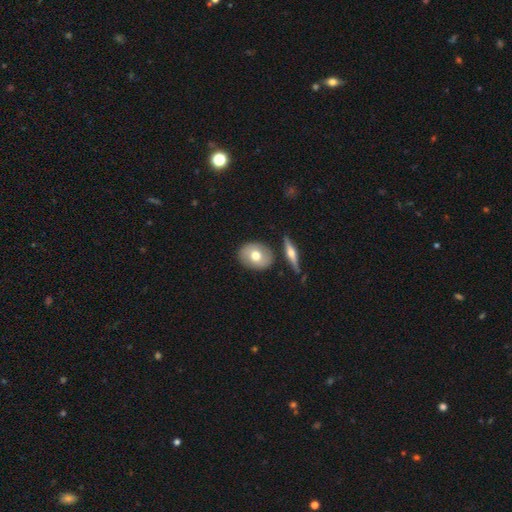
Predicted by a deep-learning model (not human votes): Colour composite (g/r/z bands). It shows a smooth galaxy with no disk features (63%) that is in between round and cigar-shaped (55%). Merging: none (80%).